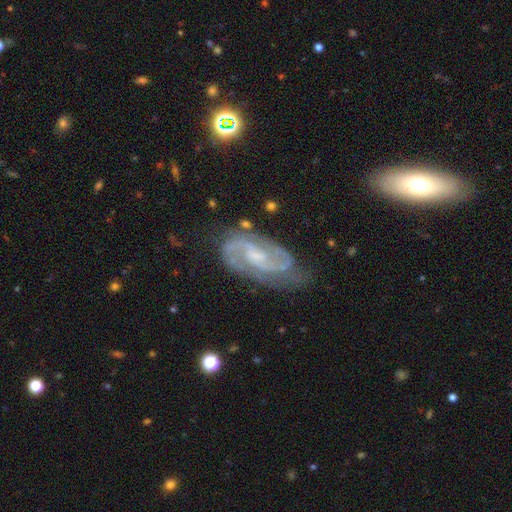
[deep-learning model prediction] The model was most divided on "bulge size": small: 46%, moderate: 33%, none: 17%, large: 3%, dominant: 1%. More confident: spiral arms — yes (97%); edge-on disk — no (96%); smooth or featured — featured or disk (87%); spiral arm count — 2 (77%); merging — none (69%); spiral winding — medium (52%); bar — weak (51%).